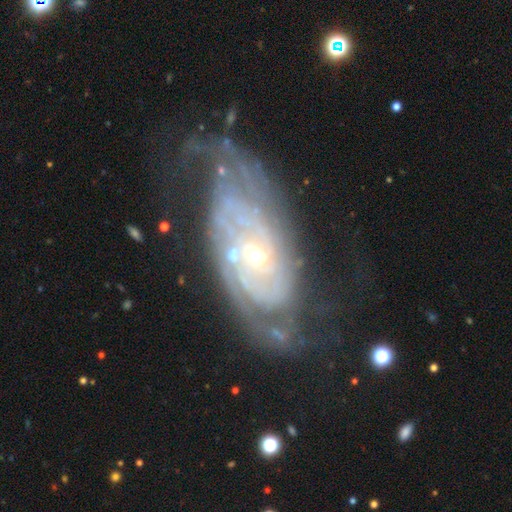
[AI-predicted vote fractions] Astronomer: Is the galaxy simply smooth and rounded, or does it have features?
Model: featured or disk — 86%.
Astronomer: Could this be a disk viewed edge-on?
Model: no — 94%.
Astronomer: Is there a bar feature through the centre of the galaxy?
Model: no — 71%.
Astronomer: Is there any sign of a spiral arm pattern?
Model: yes — 92%.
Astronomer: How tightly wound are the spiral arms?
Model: tight — 67%.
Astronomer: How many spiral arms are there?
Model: can't tell — 39% (runner-up: 2, 30%).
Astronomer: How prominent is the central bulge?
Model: small — 72%.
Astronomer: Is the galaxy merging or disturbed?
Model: none — 54%.